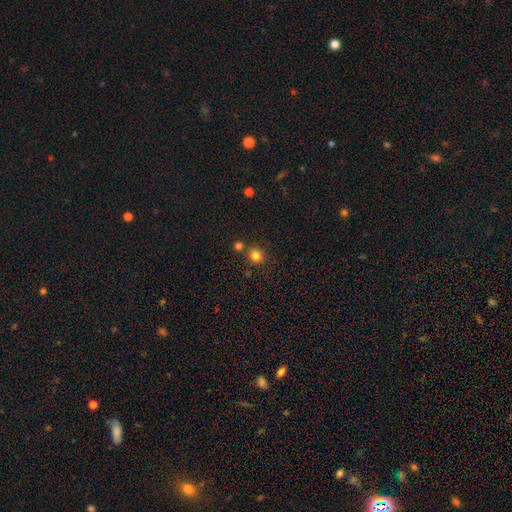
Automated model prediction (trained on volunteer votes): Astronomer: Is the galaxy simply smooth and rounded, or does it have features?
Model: smooth — 82%.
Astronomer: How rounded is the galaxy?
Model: round — 87%.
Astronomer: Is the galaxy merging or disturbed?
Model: none — 78%.